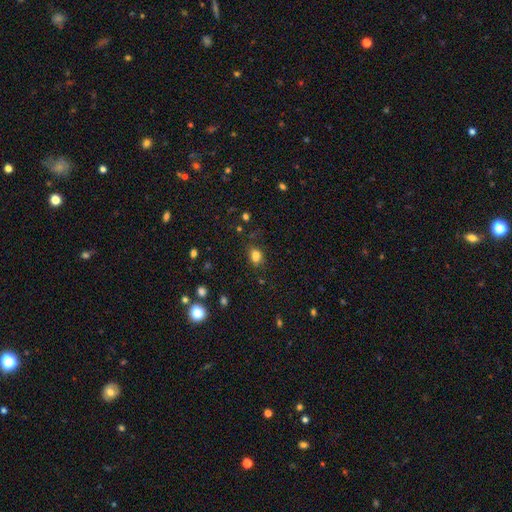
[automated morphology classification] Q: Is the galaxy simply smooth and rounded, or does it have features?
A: smooth — 73%.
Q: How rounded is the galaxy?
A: in between — 51%.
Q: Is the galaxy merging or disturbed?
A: none — 48%.